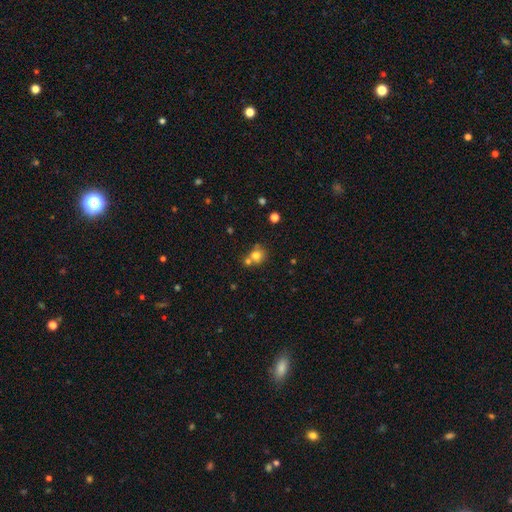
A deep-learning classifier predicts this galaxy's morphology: smooth_or_featured: smooth (p=0.75) [alt: star or artifact p=0.13]
how_rounded: round (p=0.79) [alt: in between p=0.20]
merging: none (p=0.48) [alt: merger p=0.39]